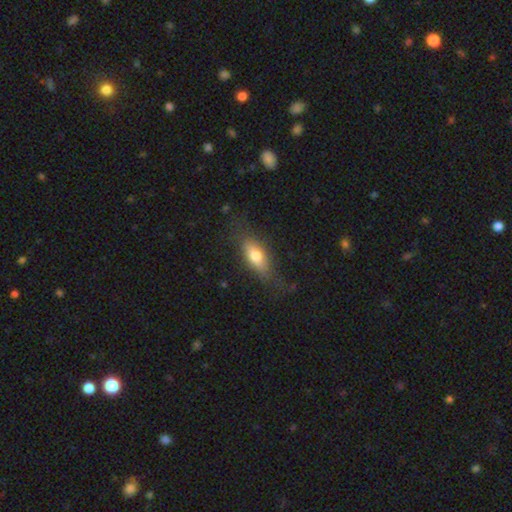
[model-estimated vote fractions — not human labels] smooth-or-featured: smooth: 67% | featured or disk: 25% | star or artifact: 7%
  how-rounded: in between: 73% | cigar-shaped: 23% | round: 4%
  merging: none: 69% | minor disturbance: 20% | major disturbance: 10% | merger: 1%